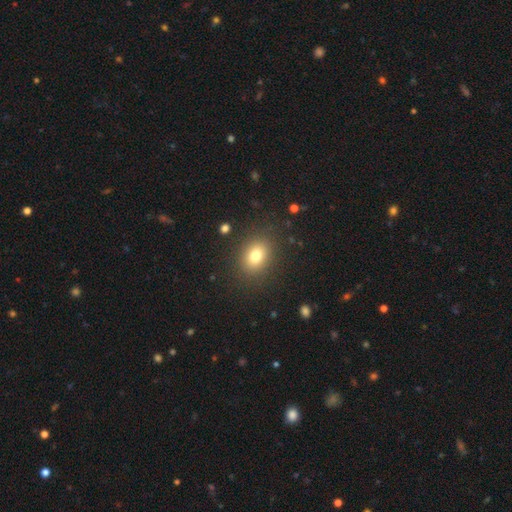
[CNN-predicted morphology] Smooth or featured: smooth — 78% (star or artifact — 13%)
How rounded: in between — 53% (round — 46%)
Merging: none — 87% (minor disturbance — 8%)